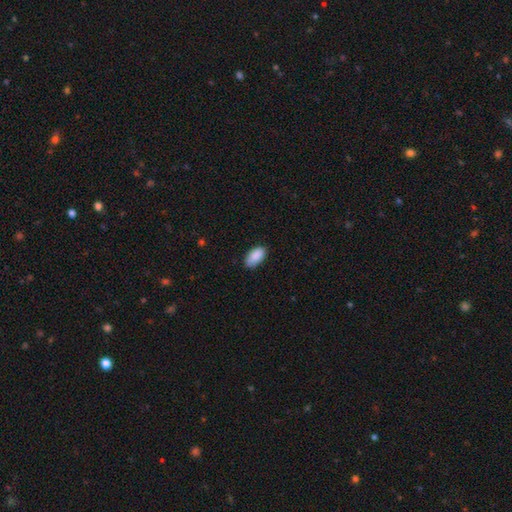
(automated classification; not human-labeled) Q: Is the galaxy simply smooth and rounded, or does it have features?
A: smooth — 89%.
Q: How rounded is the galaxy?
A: in between — 95%.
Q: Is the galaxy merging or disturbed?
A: none — 79%.